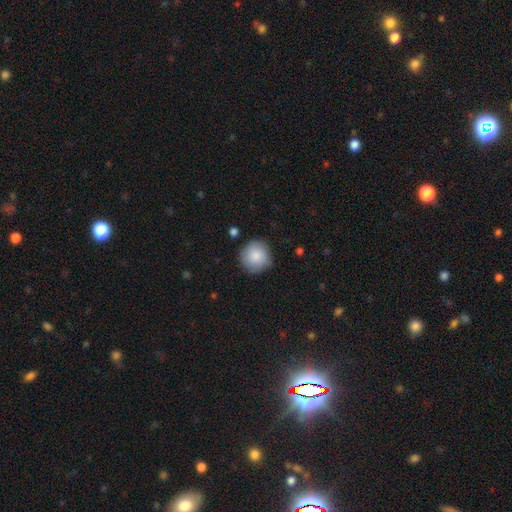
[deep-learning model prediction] The model was most divided on "merging": none: 85%, minor disturbance: 11%, major disturbance: 3%, merger: 2%. More confident: how rounded — round (94%); smooth or featured — smooth (86%).